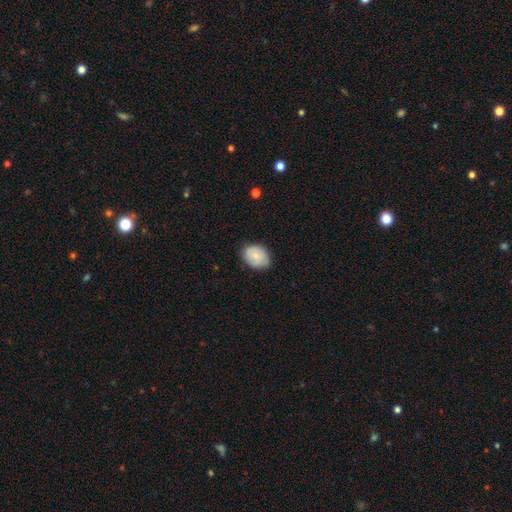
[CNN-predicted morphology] smooth-or-featured: smooth: 72% | featured or disk: 22% | star or artifact: 7%
  how-rounded: in between: 59% | round: 41% | cigar-shaped: 1%
  merging: none: 77% | minor disturbance: 19% | major disturbance: 3% | merger: 1%